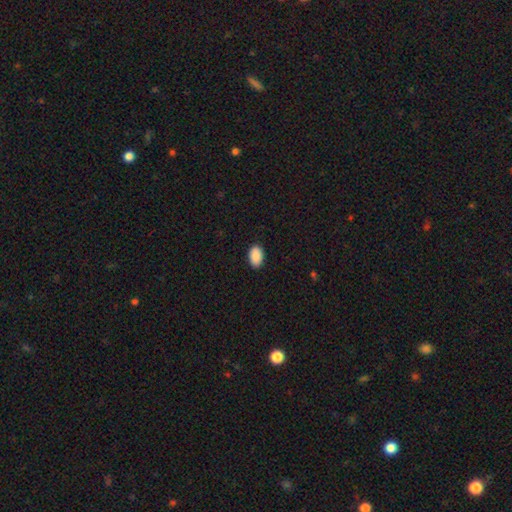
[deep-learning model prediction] Smooth or featured? smooth (91%)
How rounded? in between (91%)
Merging? none (89%)